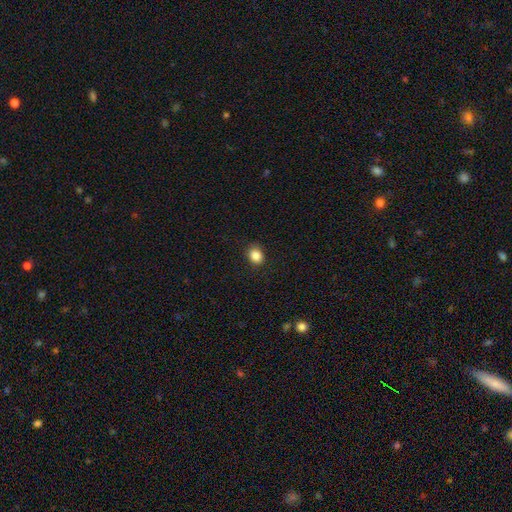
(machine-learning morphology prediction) Smooth or featured: smooth — 86% (star or artifact — 10%)
How rounded: round — 57% (in between — 42%)
Merging: none — 89% (minor disturbance — 8%)